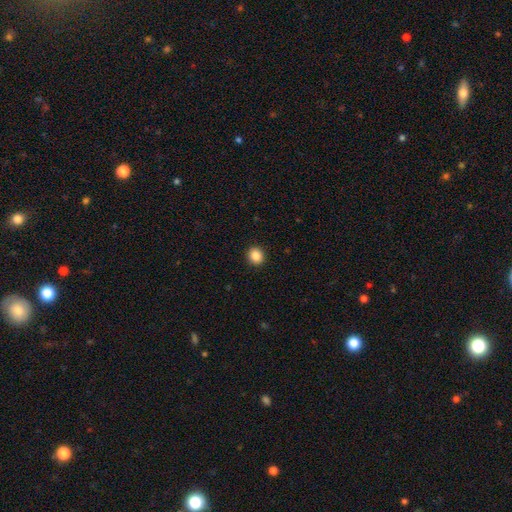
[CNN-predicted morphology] The model was most divided on "how rounded": round: 83%, in between: 16%, cigar-shaped: 1%. More confident: merging — none (93%); smooth or featured — smooth (86%).